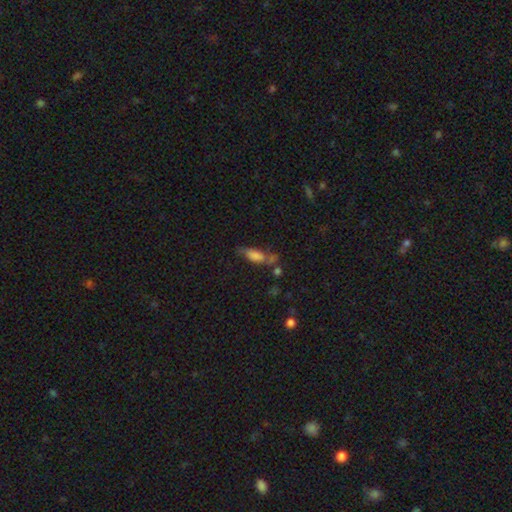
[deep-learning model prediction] This is likely a smooth galaxy (67%). How rounded: likely in between (67%). Merging: marginally none (41%).